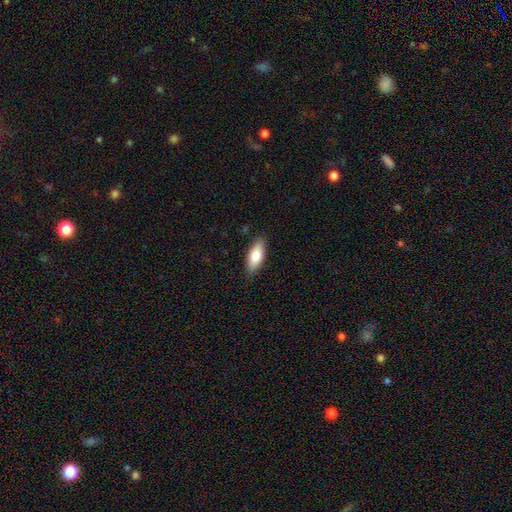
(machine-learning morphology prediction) Smooth or featured? smooth (78%)
How rounded? in between (79%)
Merging? none (86%)